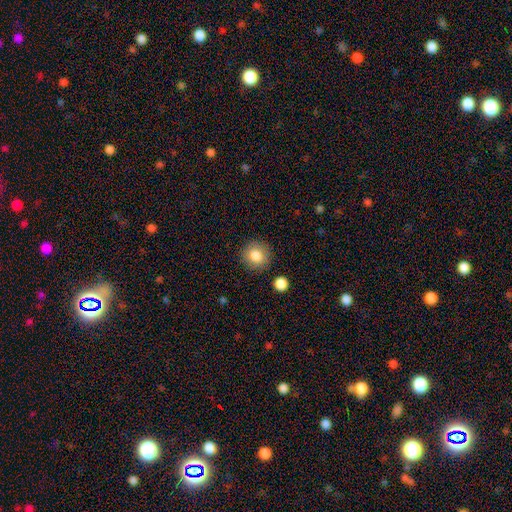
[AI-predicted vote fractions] A smooth galaxy with no disk features (84%) that is round (92%). Merging: none (88%).